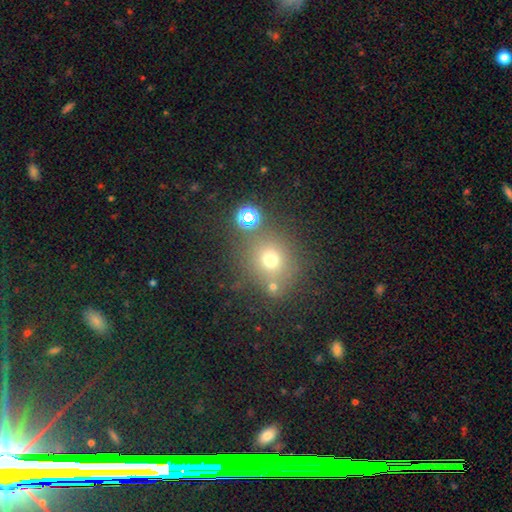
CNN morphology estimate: This appears to be a smooth galaxy with no disk features (52%) that is round (84%). Merging: none (72%).